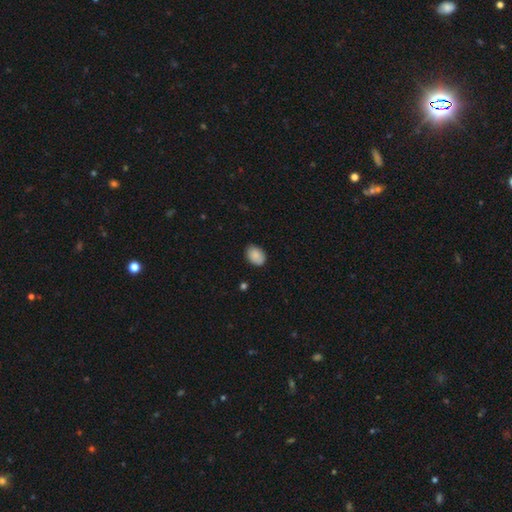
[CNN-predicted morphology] Overall: smooth (88%). How rounded: in between (76%). Merging: none (83%).